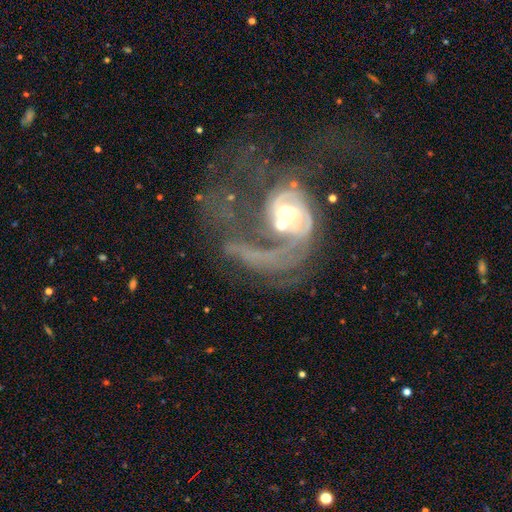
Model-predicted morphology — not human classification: Smooth or featured? Predicted: featured or disk (p=0.75). Edge-on disk? Predicted: no (p=0.97). Bar? Predicted: no (p=0.63). Spiral arms? Predicted: yes (p=0.72). Spiral winding? Predicted: loose (p=0.54). Spiral arm count? Predicted: 1 (p=0.45). Bulge size? Predicted: moderate (p=0.55). Merging? Predicted: major disturbance (p=0.47).